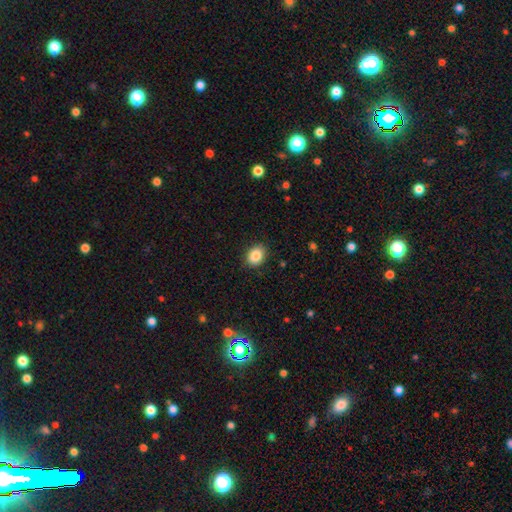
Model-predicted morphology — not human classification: This is clearly a smooth galaxy (86%). How rounded: likely in between (64%). Merging: clearly none (88%).